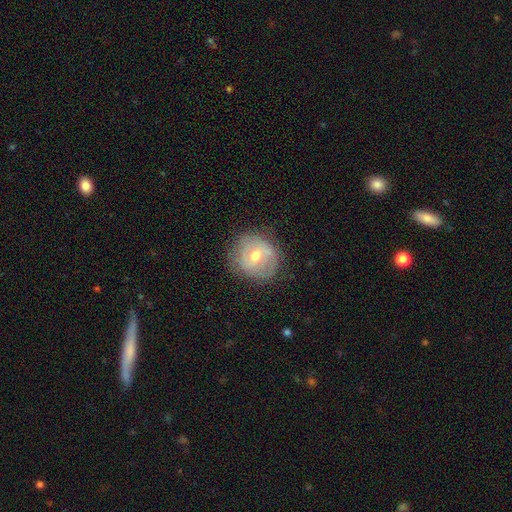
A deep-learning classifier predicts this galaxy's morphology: Q: Smooth or featured?
A: featured or disk (56%); runner-up: smooth (36%)
Q: Edge-on disk?
A: no (96%); runner-up: yes (4%)
Q: Bar?
A: weak (49%); runner-up: no (33%)
Q: Spiral arms?
A: yes (60%); runner-up: no (40%)
Q: Bulge size?
A: moderate (62%); runner-up: small (33%)
Q: Merging?
A: none (76%); runner-up: minor disturbance (17%)